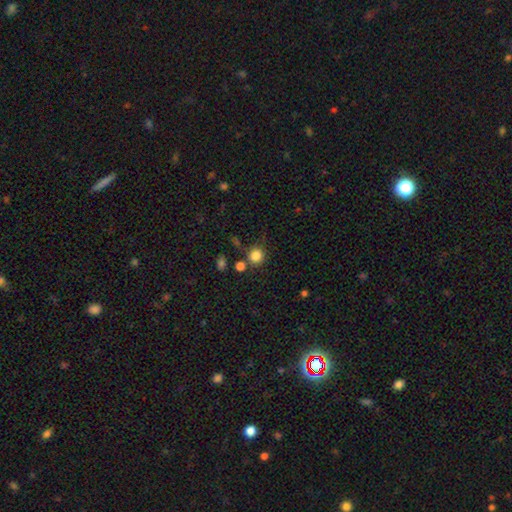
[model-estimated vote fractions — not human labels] Smooth or featured: smooth — 83% (star or artifact — 12%)
How rounded: round — 89% (in between — 10%)
Merging: none — 74% (minor disturbance — 12%)